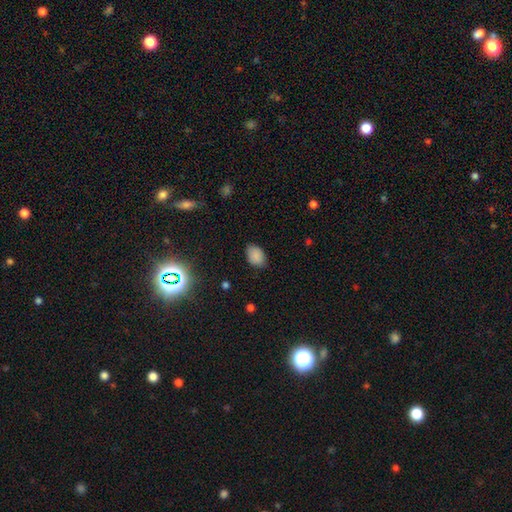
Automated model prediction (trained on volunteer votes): This appears to be a smooth galaxy with no disk features (84%) that is in between round and cigar-shaped (82%). Merging: none (79%).